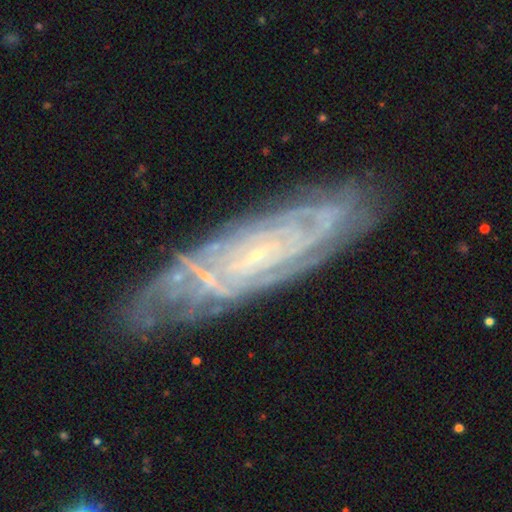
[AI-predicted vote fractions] A featured or disk galaxy (84%) with no bar (63%), tight (73%) spiral arms (95%) and a small central bulge (85%). Merging: none (79%).